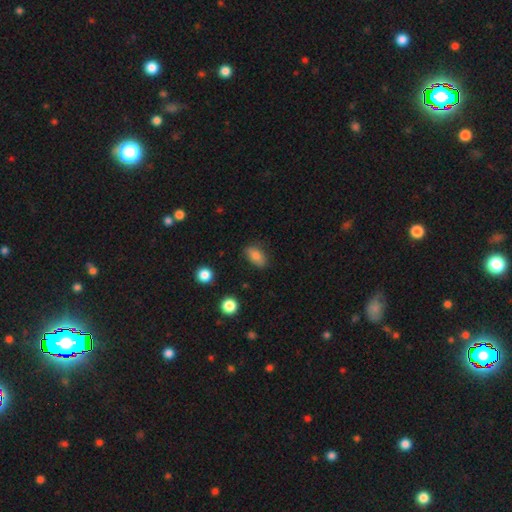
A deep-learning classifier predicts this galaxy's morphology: smooth_or_featured: smooth (p=0.82) [alt: featured or disk p=0.09]
how_rounded: in between (p=0.86) [alt: round p=0.09]
merging: none (p=0.77) [alt: minor disturbance p=0.17]